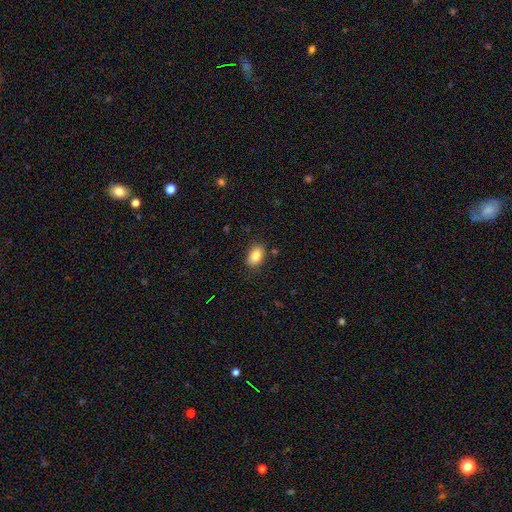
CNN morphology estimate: smooth-or-featured: smooth: 85% | star or artifact: 8% | featured or disk: 6%
  how-rounded: in between: 86% | round: 13% | cigar-shaped: 1%
  merging: none: 84% | minor disturbance: 11% | major disturbance: 3% | merger: 2%